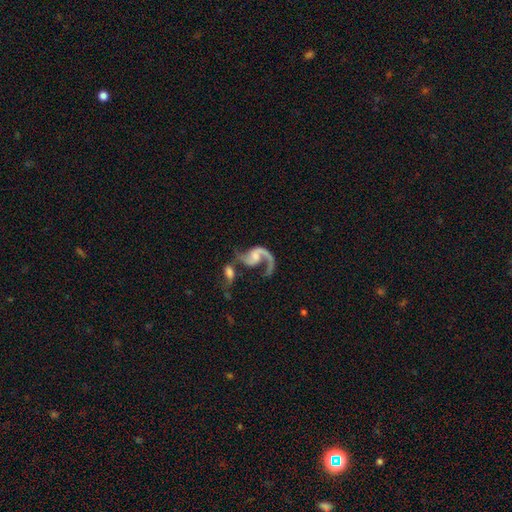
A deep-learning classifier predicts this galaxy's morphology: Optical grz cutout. It shows a featured or disk galaxy (86%) with no bar (49%), 2 (54%) loose (64%) spiral arms (95%) and a small central bulge (33%). Merging: merger (38%).